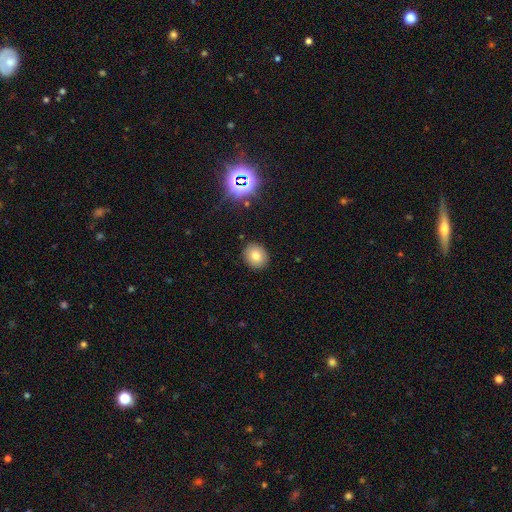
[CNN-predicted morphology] A smooth galaxy with no disk features (75%) that is round (74%).

Vote fractions:
- Smooth or featured? smooth: 75% / star or artifact: 14% / featured or disk: 11%
- How rounded? round: 74% / in between: 25% / cigar-shaped: 1%
- Merging? none: 89% / minor disturbance: 7% / major disturbance: 2% / merger: 1%